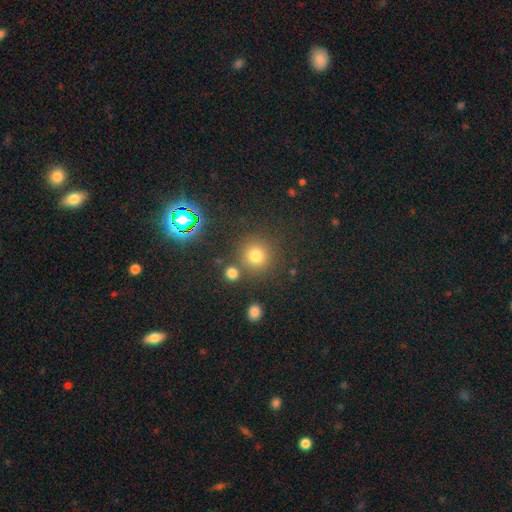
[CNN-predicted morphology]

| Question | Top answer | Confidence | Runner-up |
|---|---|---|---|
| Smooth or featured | smooth | 75% | star or artifact (18%) |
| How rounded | round | 92% | in between (7%) |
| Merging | none | 79% | merger (9%) |